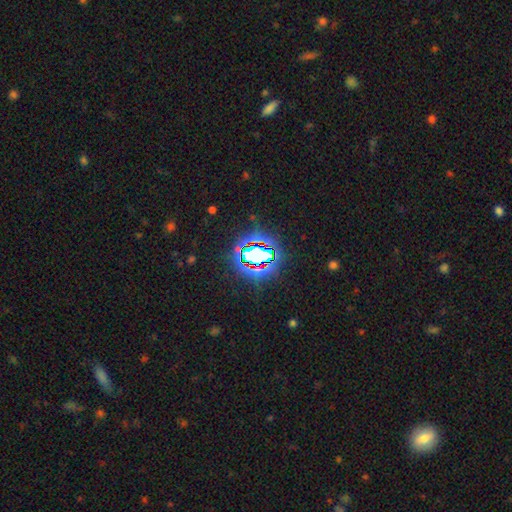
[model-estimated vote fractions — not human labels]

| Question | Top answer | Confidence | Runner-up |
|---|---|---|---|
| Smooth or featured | star or artifact | 70% | smooth (19%) |